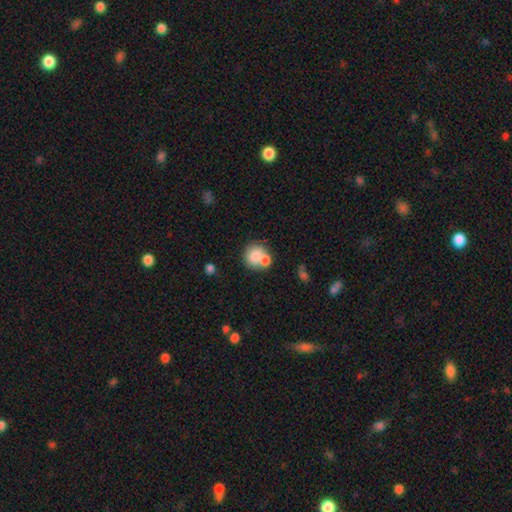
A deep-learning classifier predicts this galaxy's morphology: Smooth or featured: smooth — 76% (featured or disk — 16%)
How rounded: round — 74% (in between — 25%)
Merging: merger — 46% (none — 39%)